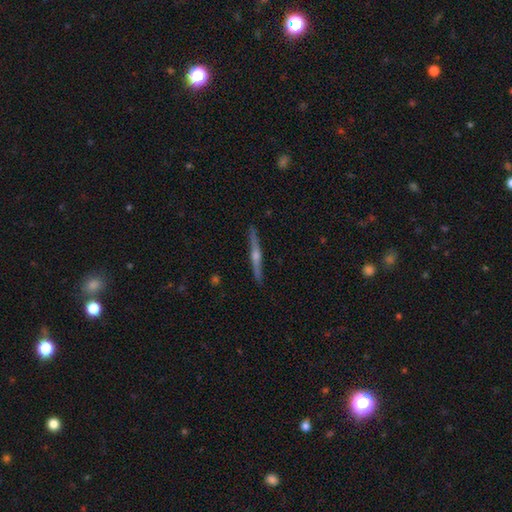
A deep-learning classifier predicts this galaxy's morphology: type=featured or disk (79%); edge-on=yes (98%); edge-on bulge=rounded (89%); merging=none (91%).